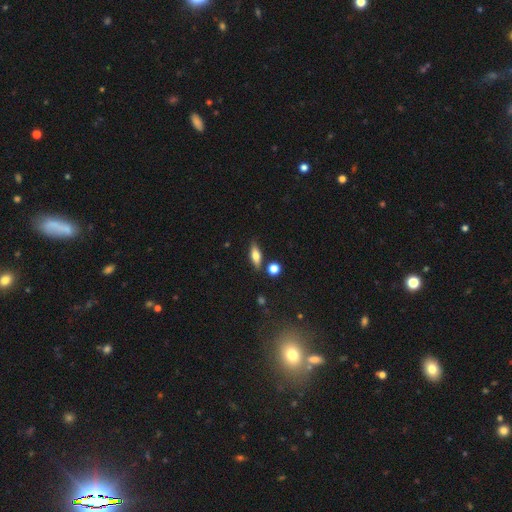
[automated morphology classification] The model was most divided on "how rounded": in between: 59%, cigar-shaped: 36%, round: 5%. More confident: merging — none (80%); smooth or featured — smooth (62%).